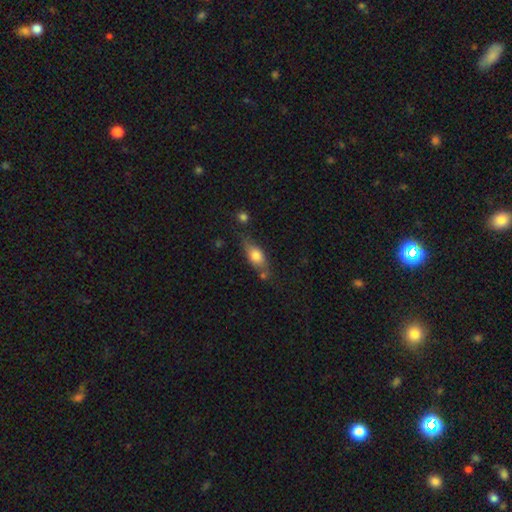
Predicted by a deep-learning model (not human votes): smooth_or_featured: smooth (p=0.66) [alt: featured or disk p=0.27]
how_rounded: in between (p=0.72) [alt: cigar-shaped p=0.20]
merging: none (p=0.60) [alt: minor disturbance p=0.23]